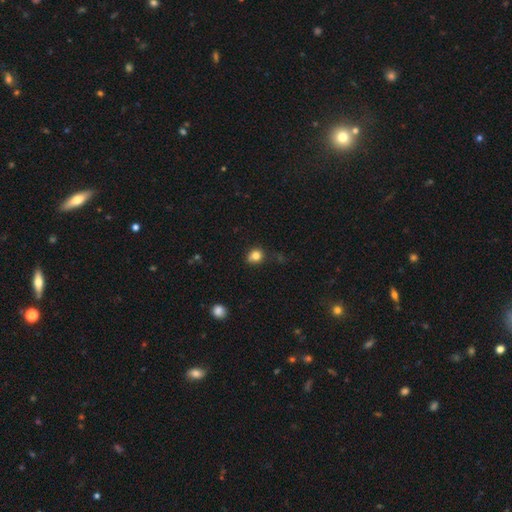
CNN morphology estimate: A smooth galaxy with no disk features (81%) that is round (70%). Merging: none (69%).